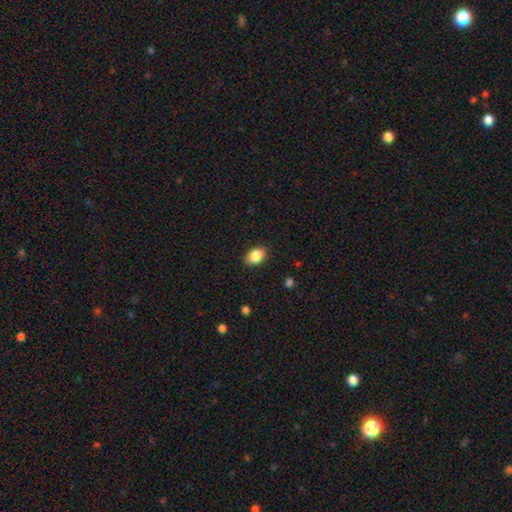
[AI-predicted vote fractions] Smooth or featured?
  - smooth: 87% *
  - star or artifact: 8%
  - featured or disk: 5%
How rounded?
  - in between: 84% *
  - round: 15%
  - cigar-shaped: 1%
Merging?
  - none: 87% *
  - minor disturbance: 10%
  - major disturbance: 2%
  - merger: 1%